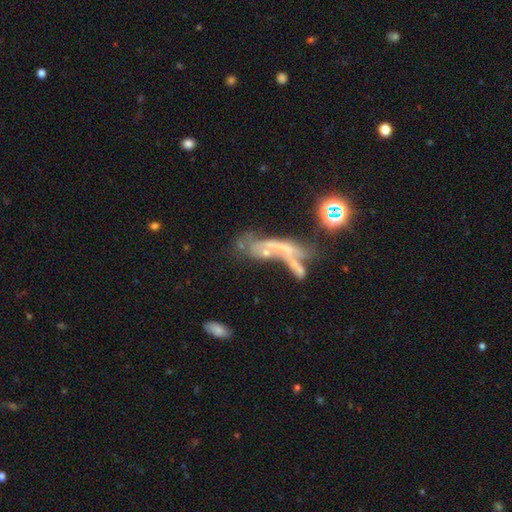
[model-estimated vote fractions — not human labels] Q: Smooth or featured?
A: featured or disk (50%); runner-up: smooth (33%)
Q: Merging?
A: merger (52%); runner-up: major disturbance (22%)